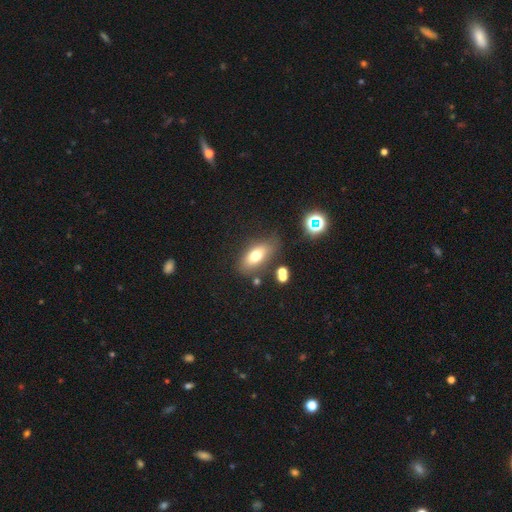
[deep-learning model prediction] A smooth galaxy with no disk features (70%) that is in between round and cigar-shaped (82%). Merging: none (72%).